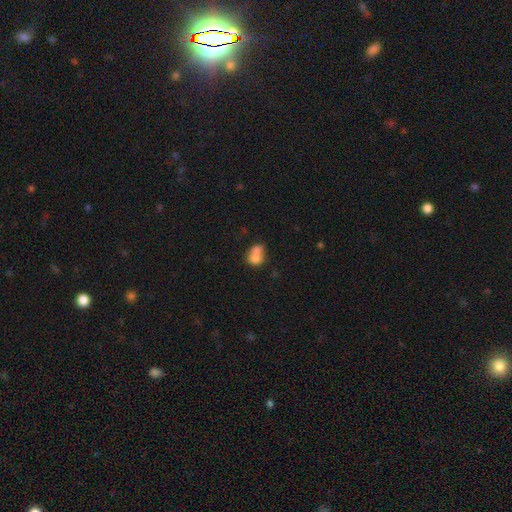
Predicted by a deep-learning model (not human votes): smooth-or-featured: smooth: 73% | featured or disk: 18% | star or artifact: 10%
  how-rounded: round: 52% | in between: 47% | cigar-shaped: 1%
  merging: merger: 66% | none: 22% | minor disturbance: 8% | major disturbance: 4%